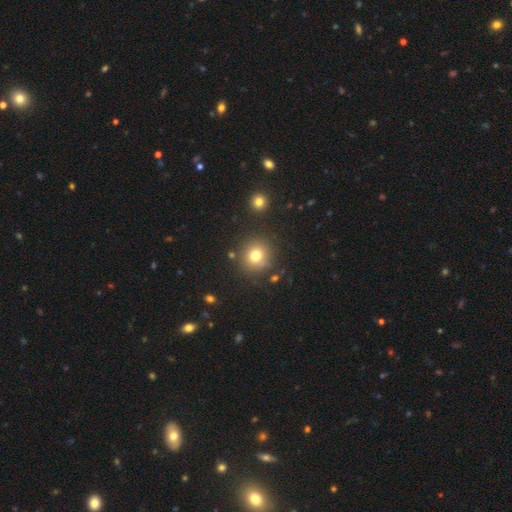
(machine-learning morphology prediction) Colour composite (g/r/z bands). It shows a smooth galaxy with no disk features (76%) that is round (89%). Merging: none (83%).